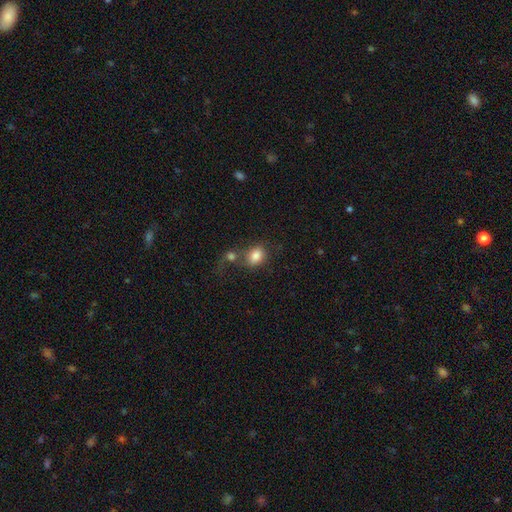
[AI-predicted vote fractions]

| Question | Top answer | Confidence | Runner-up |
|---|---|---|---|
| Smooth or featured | smooth | 82% | featured or disk (9%) |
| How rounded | in between | 54% | round (45%) |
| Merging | merger | 44% | none (34%) |